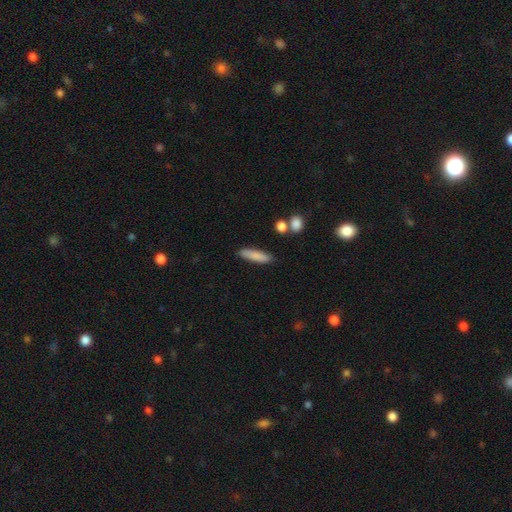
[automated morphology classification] The model was most divided on "how rounded": cigar-shaped: 74%, in between: 24%, round: 2%. More confident: merging — none (84%); smooth or featured — smooth (84%).